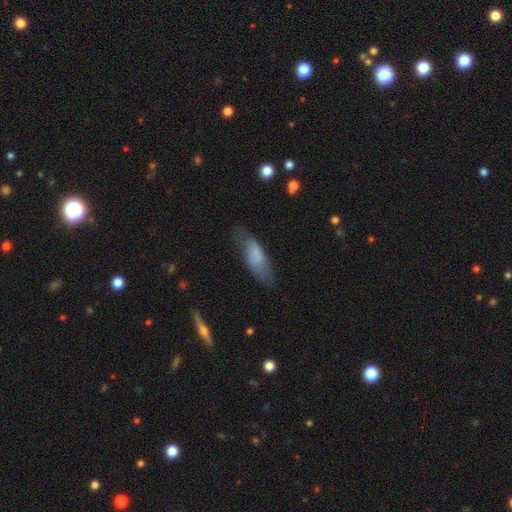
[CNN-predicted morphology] Smooth or featured?
  - smooth: 74% *
  - featured or disk: 19%
  - star or artifact: 7%
How rounded?
  - in between: 62% *
  - cigar-shaped: 36%
  - round: 2%
Merging?
  - none: 61% *
  - minor disturbance: 26%
  - major disturbance: 11%
  - merger: 2%